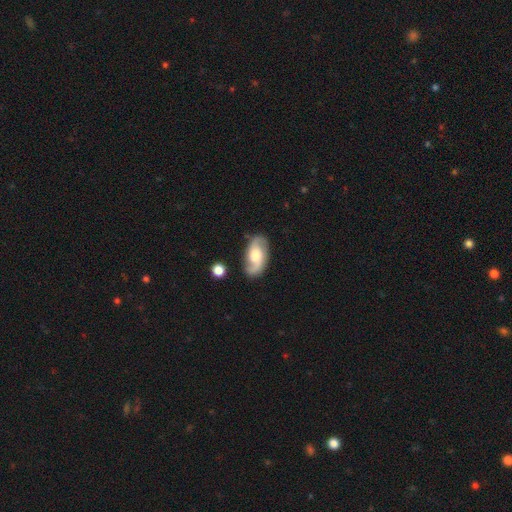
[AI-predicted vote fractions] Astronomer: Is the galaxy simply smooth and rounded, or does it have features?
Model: featured or disk — 78%.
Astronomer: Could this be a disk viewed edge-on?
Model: no — 96%.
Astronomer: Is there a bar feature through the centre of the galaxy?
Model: no — 56% (runner-up: weak, 36%).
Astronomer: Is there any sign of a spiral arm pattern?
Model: yes — 95%.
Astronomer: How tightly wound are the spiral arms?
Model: medium — 47% (runner-up: loose, 35%).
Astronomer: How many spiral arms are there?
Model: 2 — 90%.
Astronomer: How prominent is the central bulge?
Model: moderate — 47% (runner-up: large, 28%).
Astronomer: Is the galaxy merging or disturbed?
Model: none — 79%.